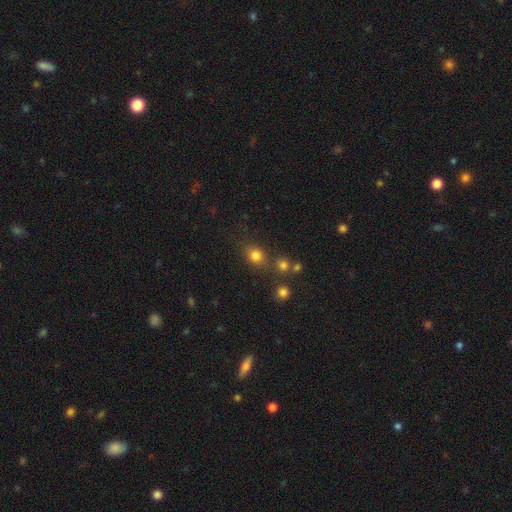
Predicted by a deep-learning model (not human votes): This is likely a smooth galaxy (80%). How rounded: likely round (74%). Merging: likely none (70%).